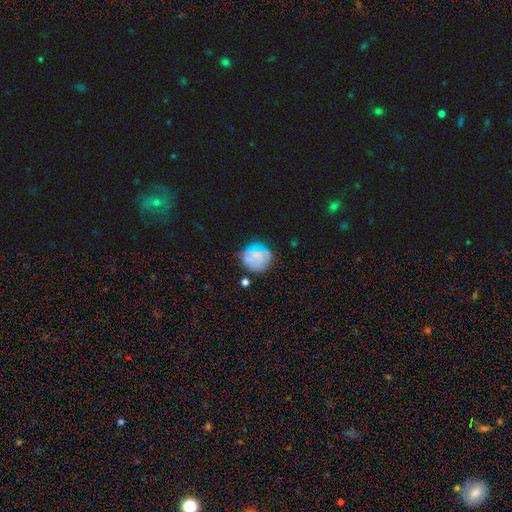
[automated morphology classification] This is possibly a smooth galaxy (58%). How rounded: clearly round (88%). Merging: likely none (69%).